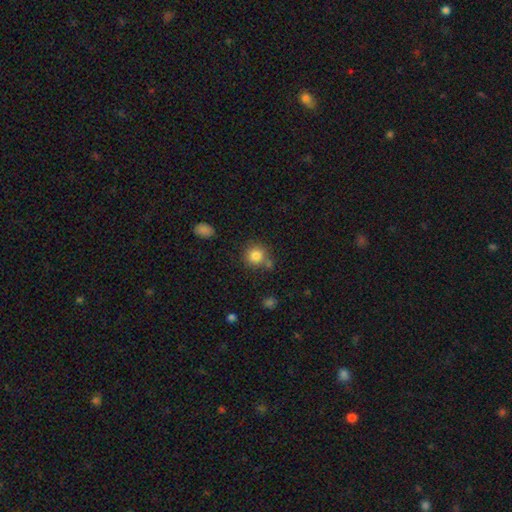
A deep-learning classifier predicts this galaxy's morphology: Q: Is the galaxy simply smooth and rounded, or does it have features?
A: smooth — 84%.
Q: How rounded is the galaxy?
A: round — 91%.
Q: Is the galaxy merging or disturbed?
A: none — 73%.